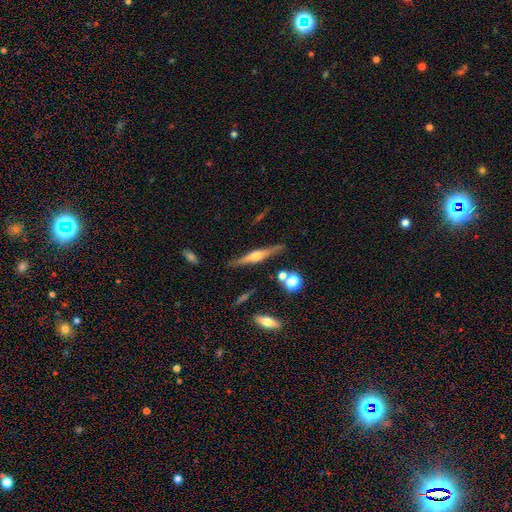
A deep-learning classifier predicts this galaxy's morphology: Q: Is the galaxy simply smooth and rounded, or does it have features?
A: featured or disk — 75%.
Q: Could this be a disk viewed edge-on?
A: yes — 98%.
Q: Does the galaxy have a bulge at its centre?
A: rounded — 81%.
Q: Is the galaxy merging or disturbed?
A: none — 86%.